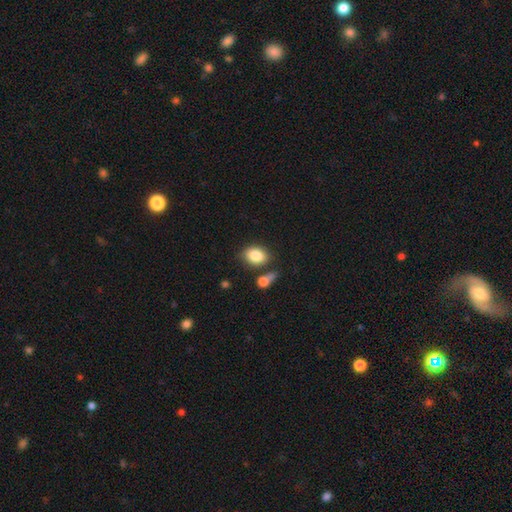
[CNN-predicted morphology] type=smooth (84%); roundness=in between (76%); merging=none (65%).